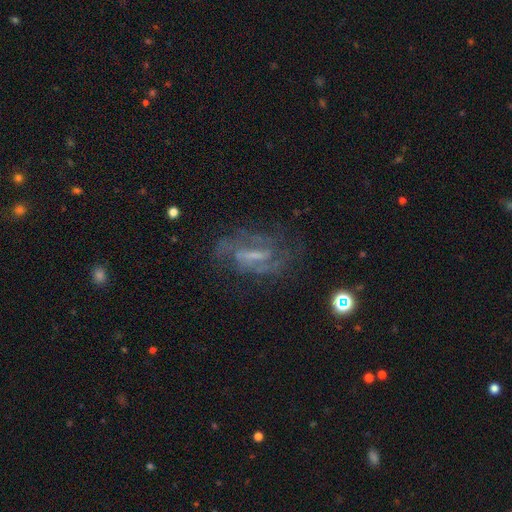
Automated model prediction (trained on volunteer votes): featured or disk 76%, smooth 13%, star or artifact 12%. Down the decision tree: edge-on disk — no (92%); bar — weak (44%); spiral arms — yes (84%); spiral arm count — 2 (47%); spiral winding — medium (45%); bulge size — small (39%); merging — none (64%).